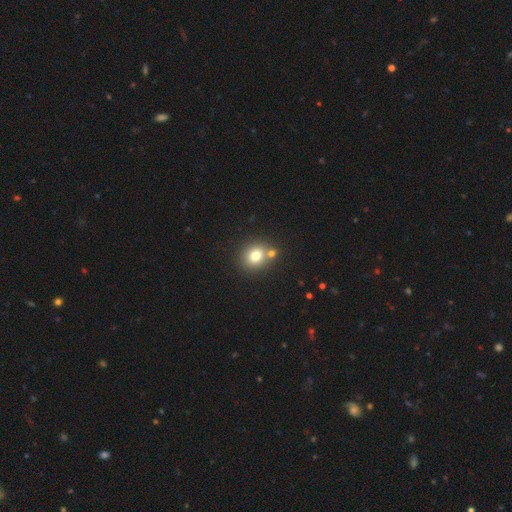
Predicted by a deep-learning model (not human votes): This is likely a smooth galaxy (75%). How rounded: likely round (75%). Merging: likely none (67%).